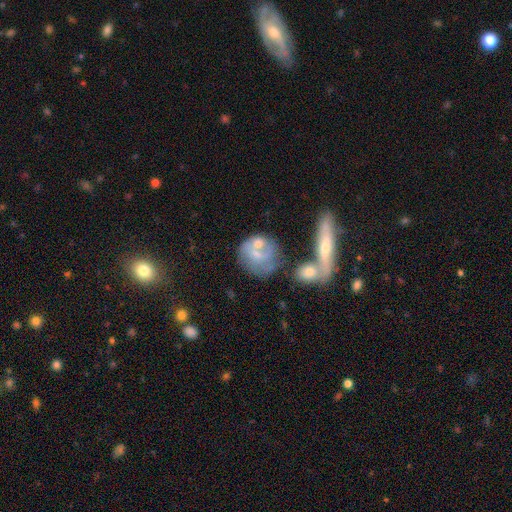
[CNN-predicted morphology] smooth-or-featured: featured or disk: 46% | smooth: 44% | star or artifact: 10%
  merging: none: 39% | merger: 29% | minor disturbance: 18% | major disturbance: 13%